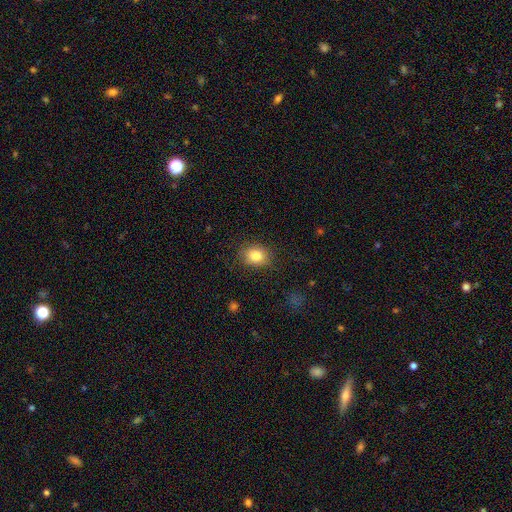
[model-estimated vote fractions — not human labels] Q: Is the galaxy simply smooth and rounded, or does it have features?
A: smooth — 82%.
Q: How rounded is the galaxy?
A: in between — 50%.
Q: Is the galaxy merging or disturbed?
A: none — 83%.